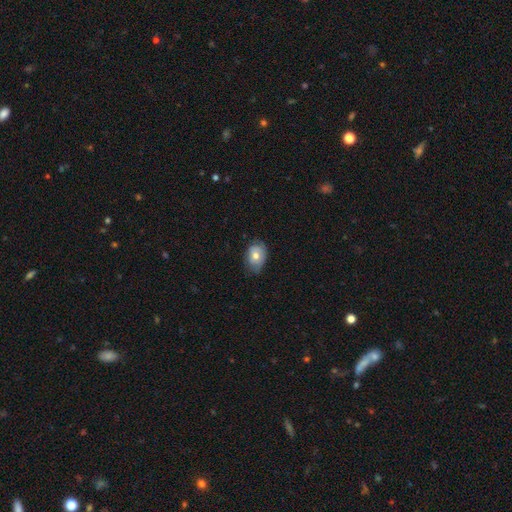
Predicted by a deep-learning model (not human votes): A smooth galaxy with no disk features (66%) that is in between round and cigar-shaped (75%).

Vote fractions:
- Smooth or featured? smooth: 66% / featured or disk: 26% / star or artifact: 8%
- How rounded? in between: 75% / round: 24% / cigar-shaped: 1%
- Merging? none: 61% / minor disturbance: 31% / major disturbance: 7% / merger: 1%